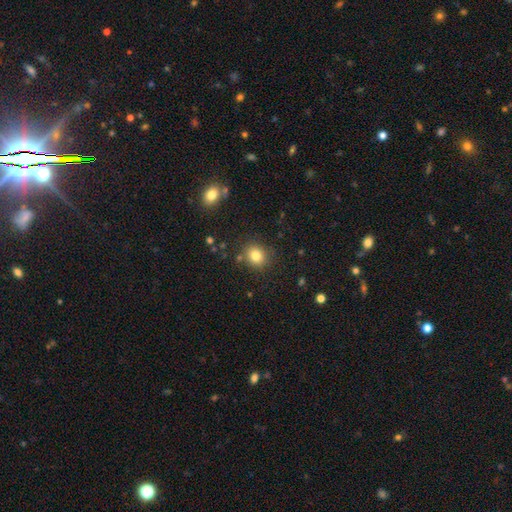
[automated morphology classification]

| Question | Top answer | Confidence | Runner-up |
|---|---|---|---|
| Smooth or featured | smooth | 81% | star or artifact (12%) |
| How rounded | round | 77% | in between (22%) |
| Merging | none | 84% | minor disturbance (9%) |